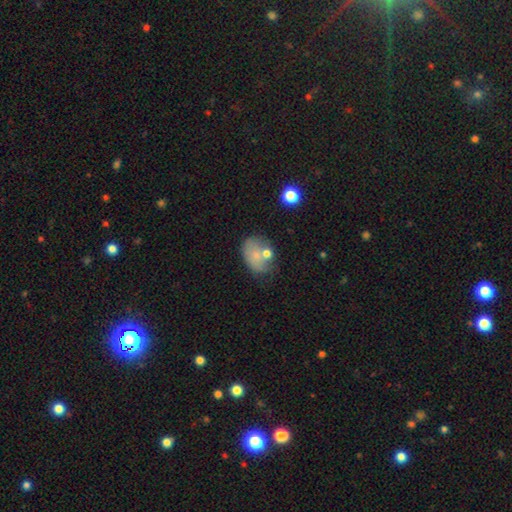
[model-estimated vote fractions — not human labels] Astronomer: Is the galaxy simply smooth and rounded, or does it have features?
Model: smooth — 67%.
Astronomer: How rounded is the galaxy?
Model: in between — 72%.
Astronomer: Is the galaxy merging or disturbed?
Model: none — 45% (runner-up: minor disturbance, 24%).